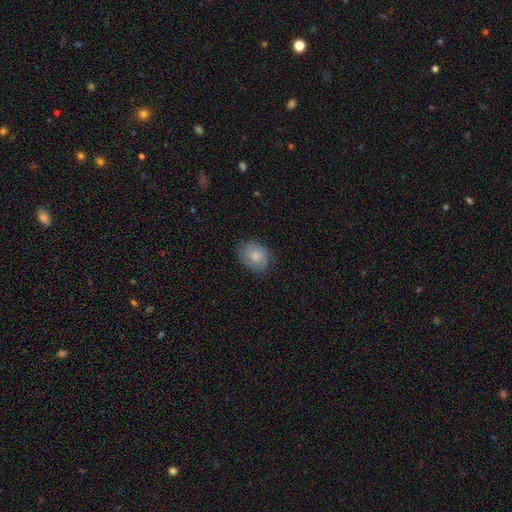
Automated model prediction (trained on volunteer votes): A smooth galaxy with no disk features (70%) that is in between round and cigar-shaped (61%).

Vote fractions:
- Smooth or featured? smooth: 70% / featured or disk: 23% / star or artifact: 7%
- How rounded? in between: 61% / round: 38% / cigar-shaped: 1%
- Merging? none: 75% / minor disturbance: 19% / major disturbance: 5% / merger: 1%